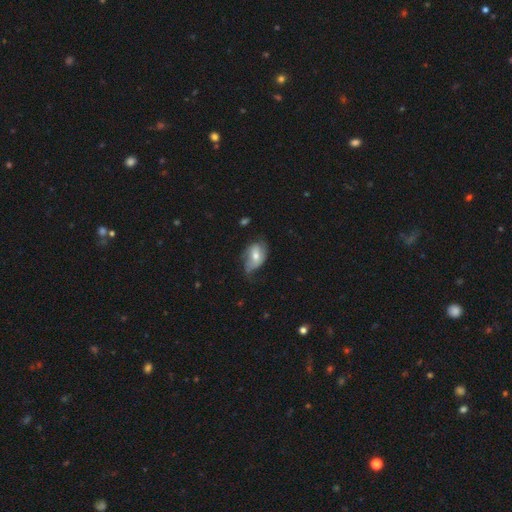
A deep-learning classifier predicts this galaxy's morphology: Overall: smooth (50%; featured or disk 43%). How rounded: in between (86%). Merging: none (41%; minor disturbance 39%).